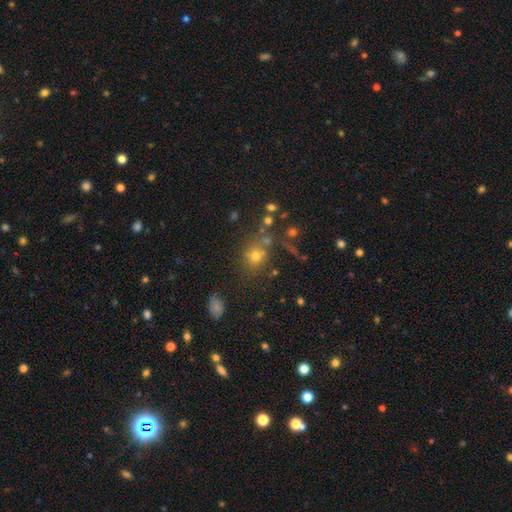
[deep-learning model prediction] This appears to be a smooth galaxy with no disk features (63%) that is round (75%). Merging: none (64%).